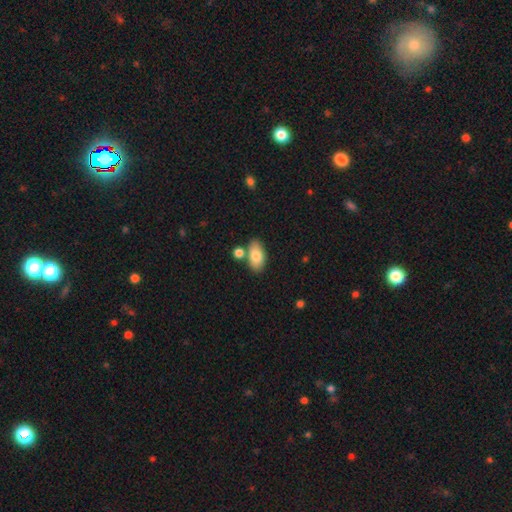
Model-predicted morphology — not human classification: Q: Smooth or featured?
A: smooth (80%); runner-up: featured or disk (13%)
Q: How rounded?
A: in between (92%); runner-up: round (5%)
Q: Merging?
A: none (70%); runner-up: merger (15%)